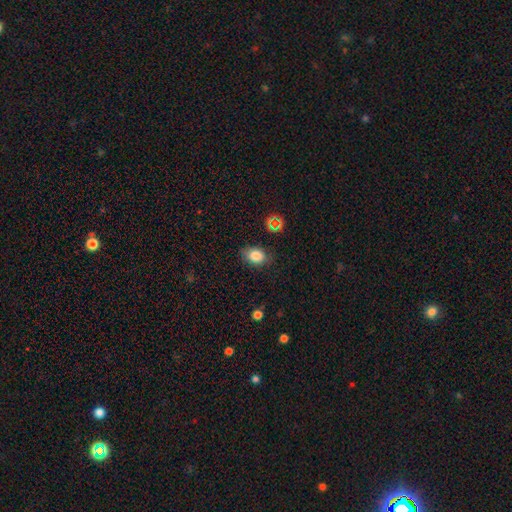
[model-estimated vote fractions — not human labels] Smooth or featured?
  - smooth: 81% *
  - star or artifact: 12%
  - featured or disk: 8%
How rounded?
  - in between: 75% *
  - round: 24%
  - cigar-shaped: 1%
Merging?
  - none: 80% *
  - minor disturbance: 15%
  - major disturbance: 4%
  - merger: 2%